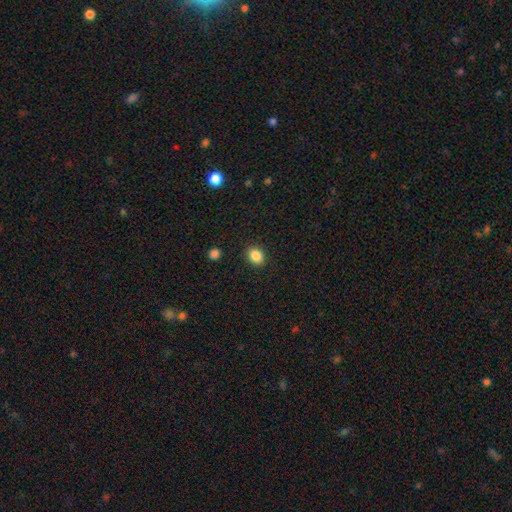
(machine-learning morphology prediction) smooth_or_featured: smooth (p=0.86) [alt: star or artifact p=0.10]
how_rounded: in between (p=0.50) [alt: round p=0.49]
merging: none (p=0.89) [alt: minor disturbance p=0.07]